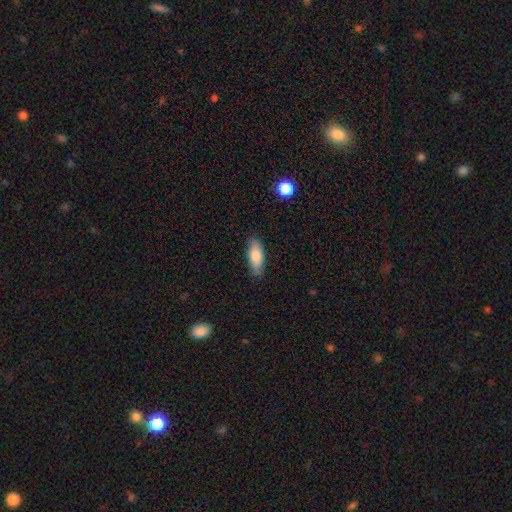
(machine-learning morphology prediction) This is likely a smooth galaxy (79%). How rounded: likely in between (77%). Merging: clearly none (80%).